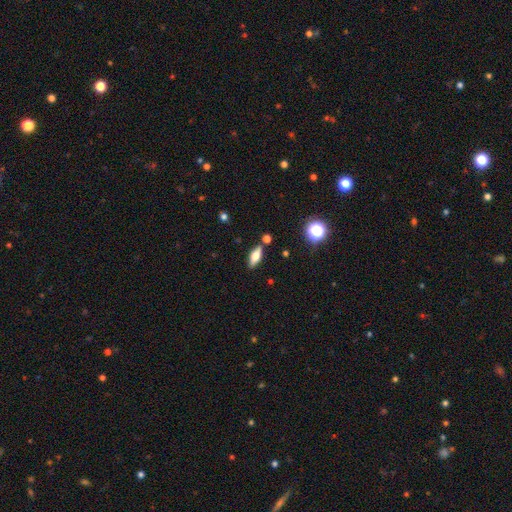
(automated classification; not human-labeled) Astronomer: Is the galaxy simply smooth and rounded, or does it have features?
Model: smooth — 57% (runner-up: featured or disk, 34%).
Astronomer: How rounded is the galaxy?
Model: in between — 67%.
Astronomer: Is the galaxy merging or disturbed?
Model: none — 81%.